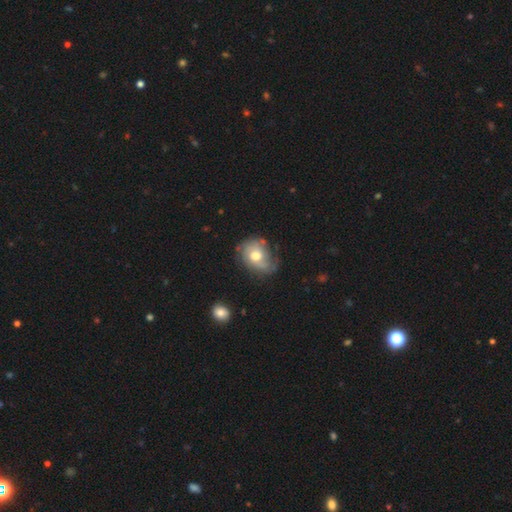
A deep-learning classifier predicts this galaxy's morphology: Q: Smooth or featured?
A: featured or disk (65%); runner-up: smooth (28%)
Q: Edge-on disk?
A: no (97%); runner-up: yes (3%)
Q: Bar?
A: no (70%); runner-up: weak (26%)
Q: Spiral arms?
A: yes (85%); runner-up: no (15%)
Q: Spiral winding?
A: tight (42%); runner-up: medium (38%)
Q: Spiral arm count?
A: 2 (48%); runner-up: can't tell (26%)
Q: Bulge size?
A: moderate (71%); runner-up: large (16%)
Q: Merging?
A: none (60%); runner-up: minor disturbance (25%)